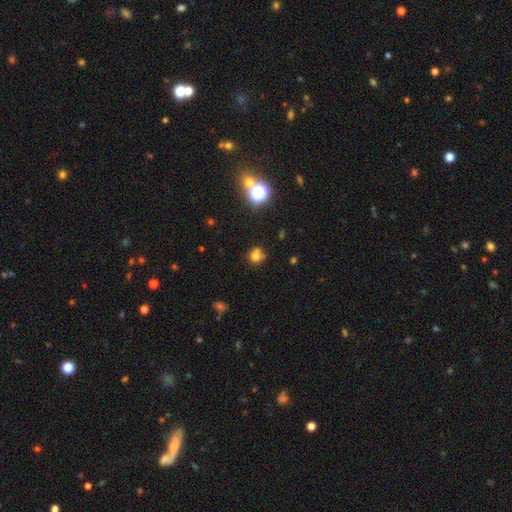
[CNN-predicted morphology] type=smooth (71%); roundness=round (80%); merging=none (57%).